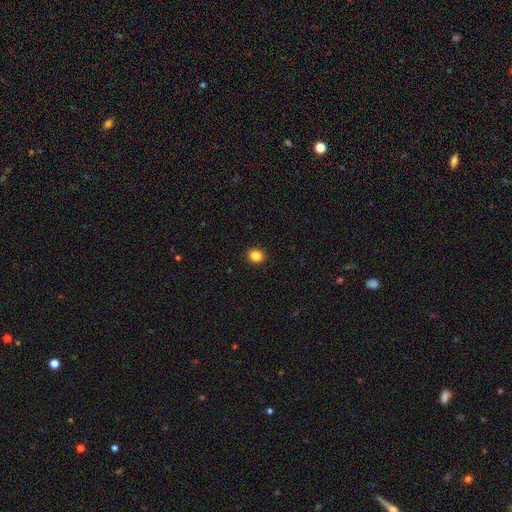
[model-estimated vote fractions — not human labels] Q: Smooth or featured?
A: smooth (86%); runner-up: star or artifact (11%)
Q: How rounded?
A: round (76%); runner-up: in between (23%)
Q: Merging?
A: none (92%); runner-up: minor disturbance (5%)